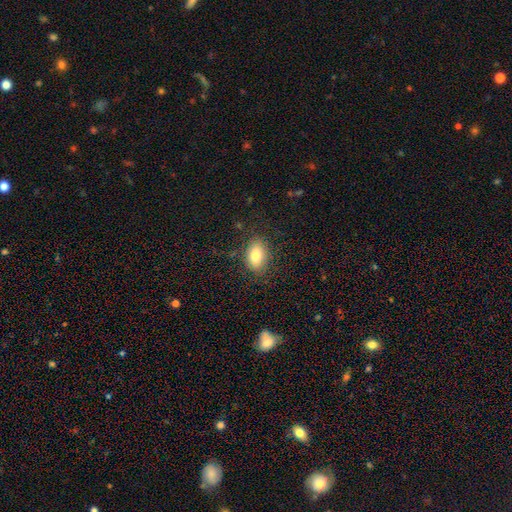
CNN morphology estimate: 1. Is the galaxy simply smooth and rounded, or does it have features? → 81% smooth, 11% featured or disk, 8% star or artifact.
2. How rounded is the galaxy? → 89% in between, 9% round, 2% cigar-shaped.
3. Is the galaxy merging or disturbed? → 81% none, 13% minor disturbance, 5% major disturbance, 1% merger.